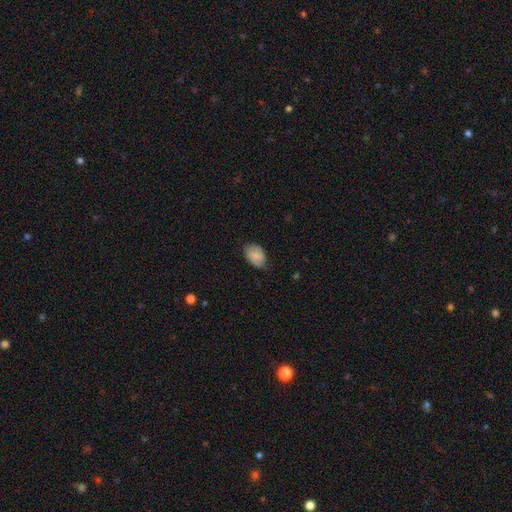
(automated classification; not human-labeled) Smooth or featured: smooth — 77% (featured or disk — 16%)
How rounded: in between — 87% (round — 12%)
Merging: none — 68% (minor disturbance — 26%)